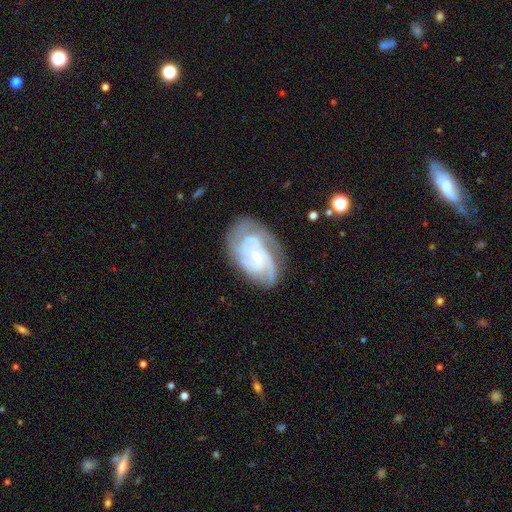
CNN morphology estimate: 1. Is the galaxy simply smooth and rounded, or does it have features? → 84% featured or disk, 10% smooth, 6% star or artifact.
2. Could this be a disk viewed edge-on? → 97% no, 3% yes.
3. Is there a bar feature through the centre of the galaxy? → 56% no, 35% weak, 9% strong.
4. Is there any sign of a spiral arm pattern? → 95% yes, 5% no.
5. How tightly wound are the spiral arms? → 57% tight, 35% medium, 8% loose.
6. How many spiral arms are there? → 32% 3, 24% 2, 24% can't tell, 10% 4, 5% 1, 4% more than 4.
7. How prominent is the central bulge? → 70% small, 22% moderate, 5% none, 1% large, 1% dominant.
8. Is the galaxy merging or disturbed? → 64% none, 23% minor disturbance, 11% major disturbance, 3% merger.